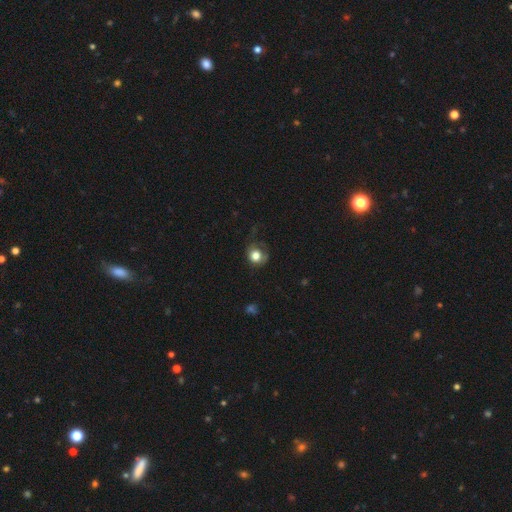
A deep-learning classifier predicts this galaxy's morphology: Smooth or featured?
  - smooth: 78% *
  - featured or disk: 12%
  - star or artifact: 10%
How rounded?
  - round: 79% *
  - in between: 20%
  - cigar-shaped: 1%
Merging?
  - none: 52% *
  - minor disturbance: 26%
  - major disturbance: 20%
  - merger: 2%